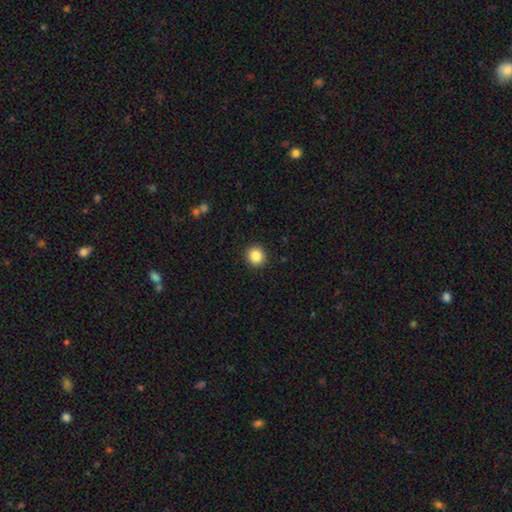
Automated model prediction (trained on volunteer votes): This is clearly a smooth galaxy (86%). How rounded: clearly round (90%). Merging: clearly none (92%).